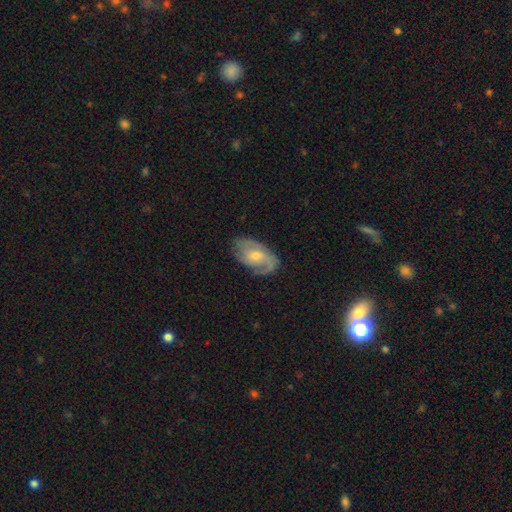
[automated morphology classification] featured or disk 75%, smooth 19%, star or artifact 6%. Down the decision tree: edge-on disk — no (96%); bar — no (56%); spiral arms — yes (90%); spiral arm count — 2 (54%); spiral winding — medium (43%); bulge size — small (51%); merging — none (70%).